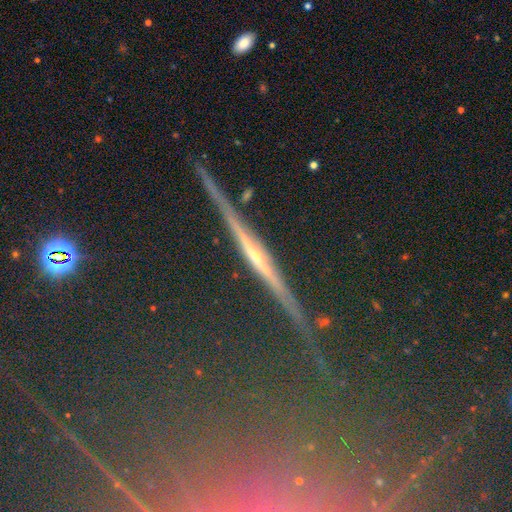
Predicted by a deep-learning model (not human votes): smooth_or_featured: star or artifact (p=0.45) [alt: featured or disk p=0.40]